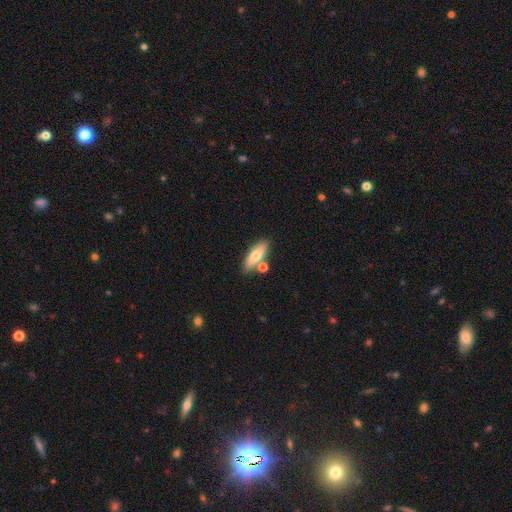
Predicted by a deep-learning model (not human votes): Overall: smooth (71%). How rounded: in between (55%; cigar-shaped 41%). Merging: none (70%).